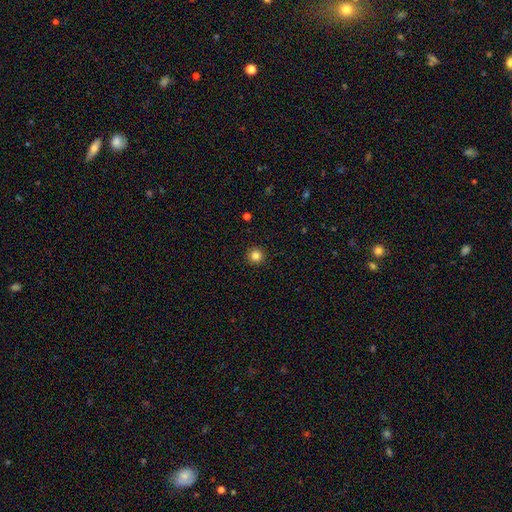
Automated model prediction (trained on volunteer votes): Smooth or featured? smooth (83%)
How rounded? round (96%)
Merging? none (93%)